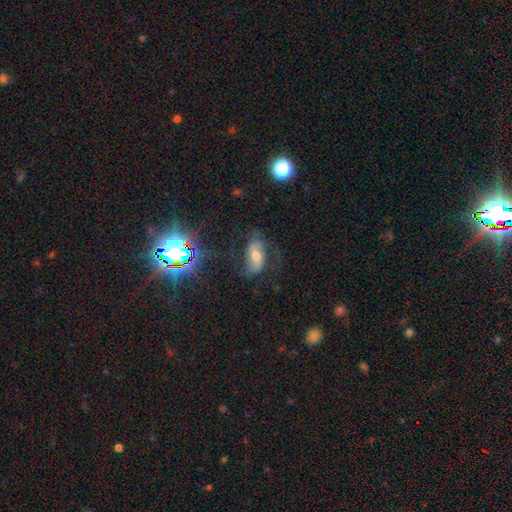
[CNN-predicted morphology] Smooth or featured? featured or disk (62%)
Edge-on disk? no (93%)
Bar? no (37%)
Spiral arms? yes (88%)
Spiral winding? loose (48%)
Spiral arm count? 2 (85%)
Bulge size? moderate (60%)
Merging? none (65%)